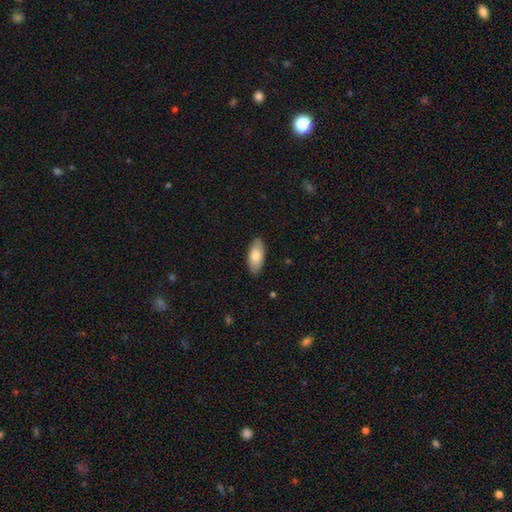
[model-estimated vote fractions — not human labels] The model was most divided on "smooth or featured": smooth: 80%, featured or disk: 15%, star or artifact: 6%. More confident: how rounded — in between (89%); merging — none (86%).